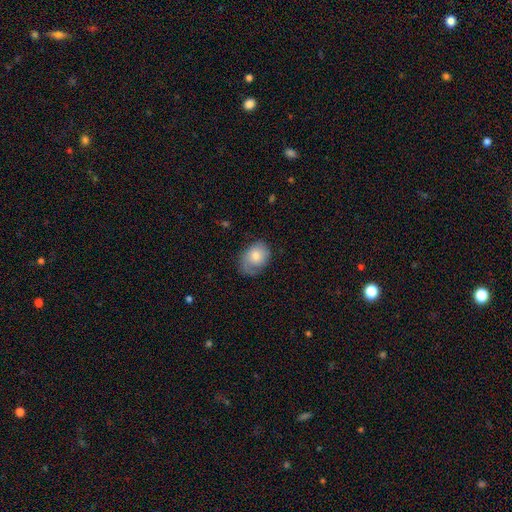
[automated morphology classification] Q: Smooth or featured?
A: smooth (66%); runner-up: featured or disk (27%)
Q: How rounded?
A: in between (62%); runner-up: round (37%)
Q: Merging?
A: none (56%); runner-up: minor disturbance (29%)